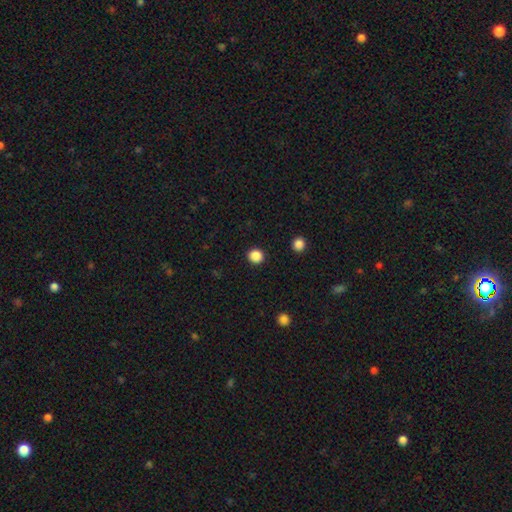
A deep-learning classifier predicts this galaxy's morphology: This appears to be a smooth galaxy with no disk features (87%) that is round (89%). Merging: none (92%).